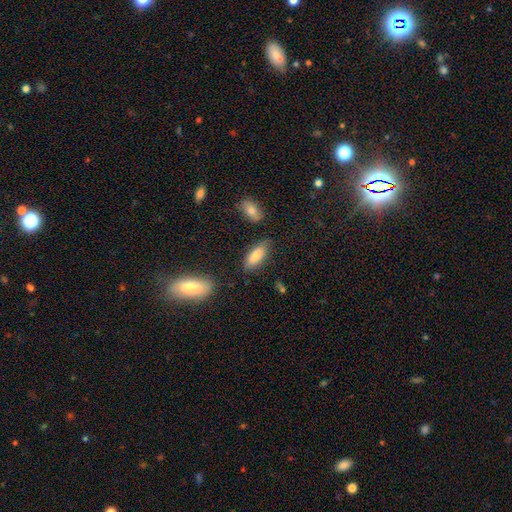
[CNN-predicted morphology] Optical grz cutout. It shows a smooth galaxy with no disk features (85%) that is in between round and cigar-shaped (82%). Merging: none (74%).